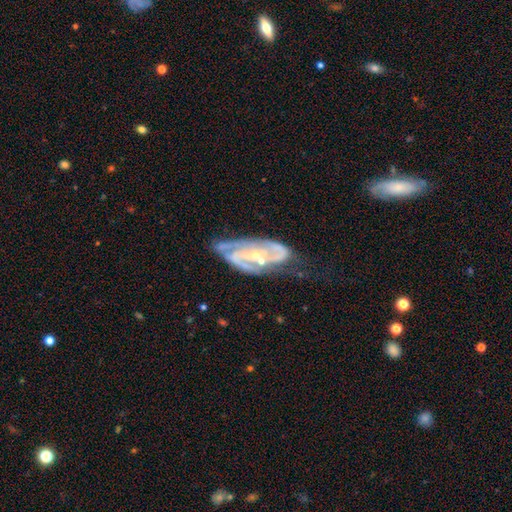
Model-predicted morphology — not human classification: Overall: featured or disk (86%). Edge-on disk: no (93%). Bar: no (37%, tied with weak). Spiral arms: yes (95%). Spiral arm count: 2 (54%; can't tell 17%). Spiral winding: tight (46%; medium 42%). Bulge size: small (71%). Merging: none (54%; minor disturbance 26%).